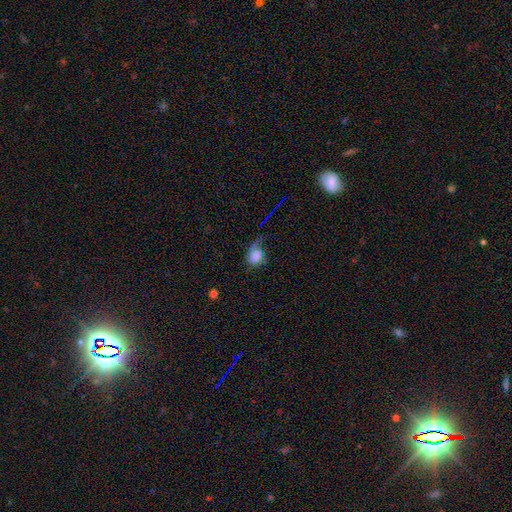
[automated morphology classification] Smooth or featured? Predicted: smooth (p=0.56). How rounded? Predicted: in between (p=0.72). Merging? Predicted: major disturbance (p=0.39).